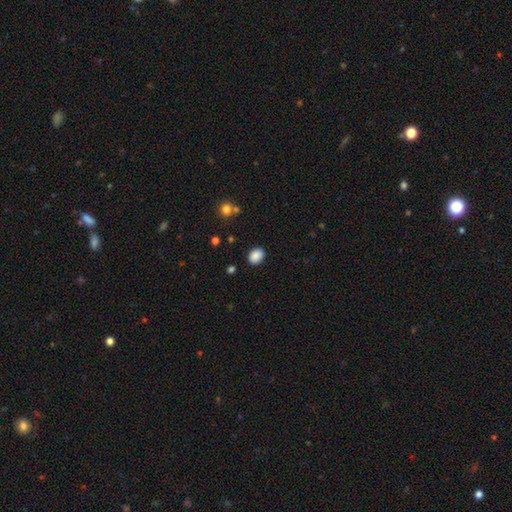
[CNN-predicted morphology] smooth_or_featured: smooth (p=0.88) [alt: star or artifact p=0.08]
how_rounded: in between (p=0.66) [alt: round p=0.33]
merging: none (p=0.88) [alt: minor disturbance p=0.08]